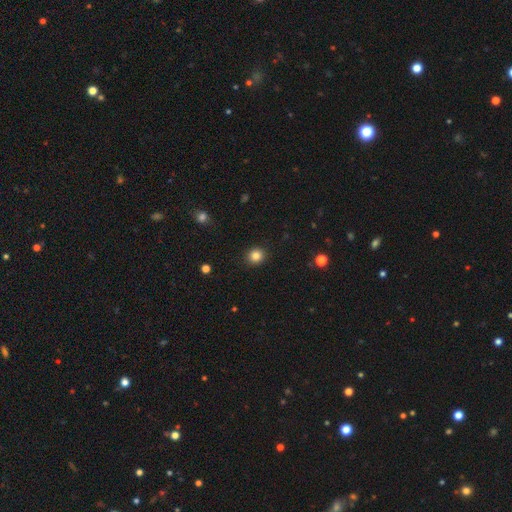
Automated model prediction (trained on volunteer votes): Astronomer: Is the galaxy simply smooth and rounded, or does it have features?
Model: smooth — 85%.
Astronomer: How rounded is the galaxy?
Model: round — 87%.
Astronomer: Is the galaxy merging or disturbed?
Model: none — 91%.